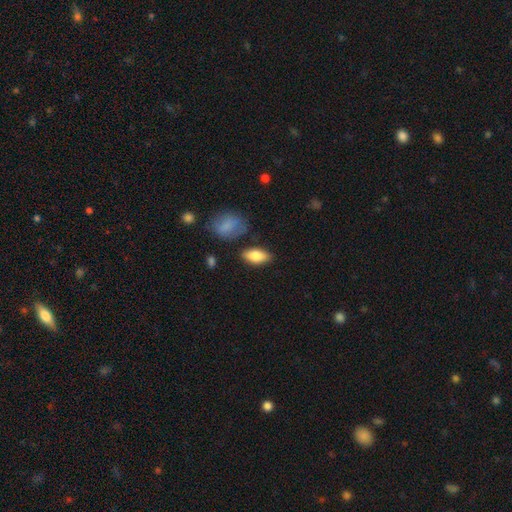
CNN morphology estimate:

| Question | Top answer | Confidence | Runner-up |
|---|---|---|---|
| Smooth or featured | smooth | 78% | featured or disk (15%) |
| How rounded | in between | 87% | cigar-shaped (9%) |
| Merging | none | 80% | minor disturbance (13%) |